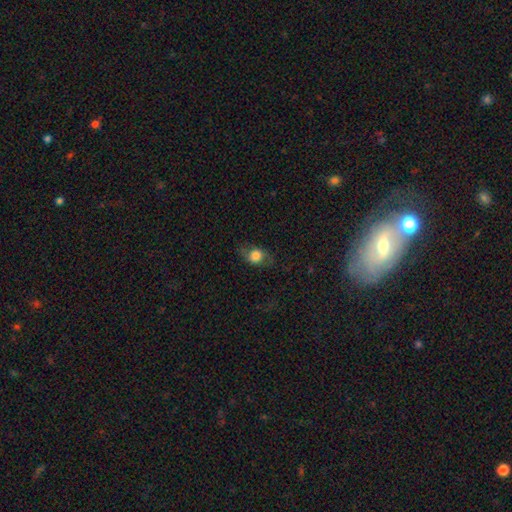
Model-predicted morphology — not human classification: type=smooth (72%); roundness=in between (50%); merging=none (66%).